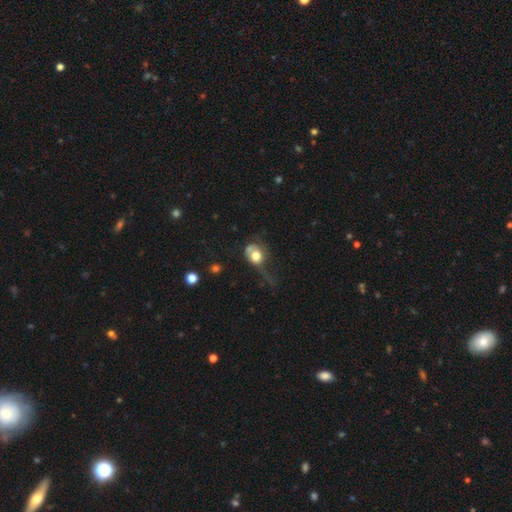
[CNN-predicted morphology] This is likely a smooth galaxy (64%). How rounded: possibly round (55%). Merging: possibly major disturbance (48%).